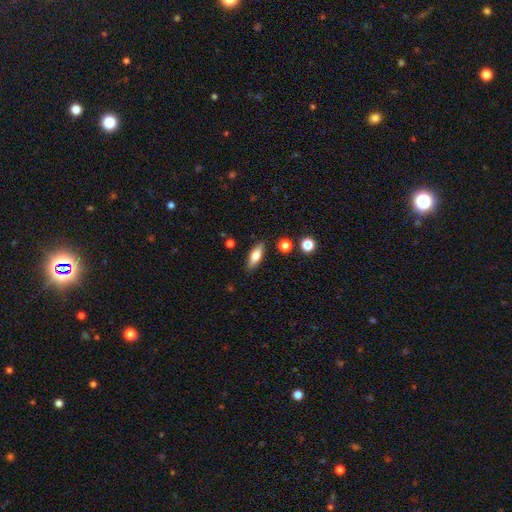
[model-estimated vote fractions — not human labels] Overall: smooth (65%; featured or disk 28%). How rounded: in between (61%; cigar-shaped 35%). Merging: none (86%).